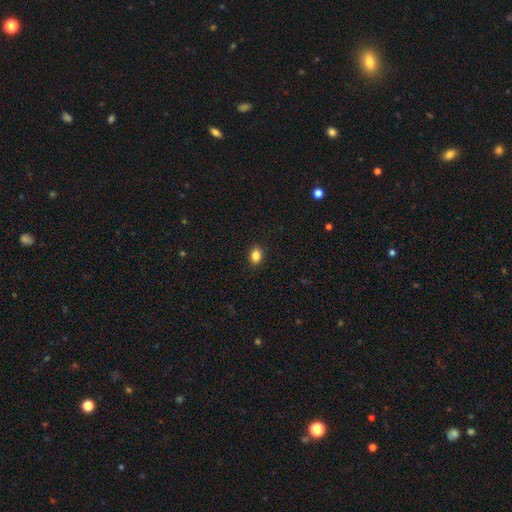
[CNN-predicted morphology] Smooth or featured? Predicted: smooth (p=0.85). How rounded? Predicted: in between (p=0.62). Merging? Predicted: none (p=0.89).